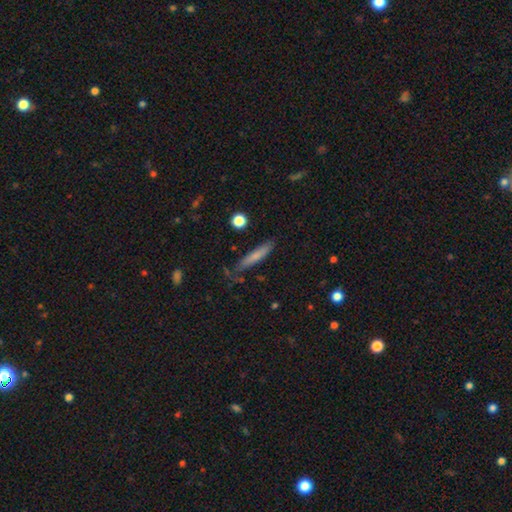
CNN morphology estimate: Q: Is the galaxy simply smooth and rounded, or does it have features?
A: smooth — 70%.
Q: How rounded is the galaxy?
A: cigar-shaped — 89%.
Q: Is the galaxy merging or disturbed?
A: none — 74%.